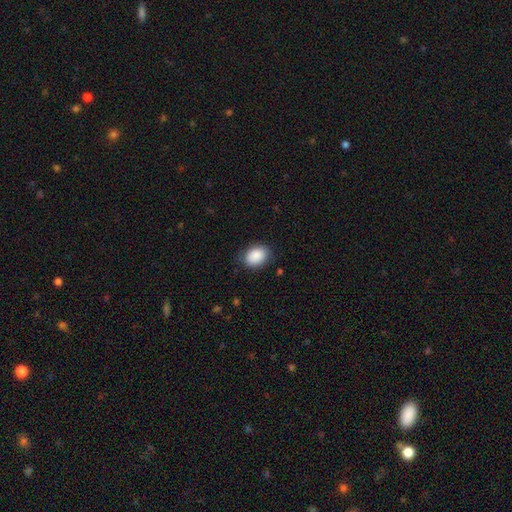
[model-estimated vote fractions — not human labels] Smooth or featured? smooth (89%)
How rounded? in between (72%)
Merging? none (83%)